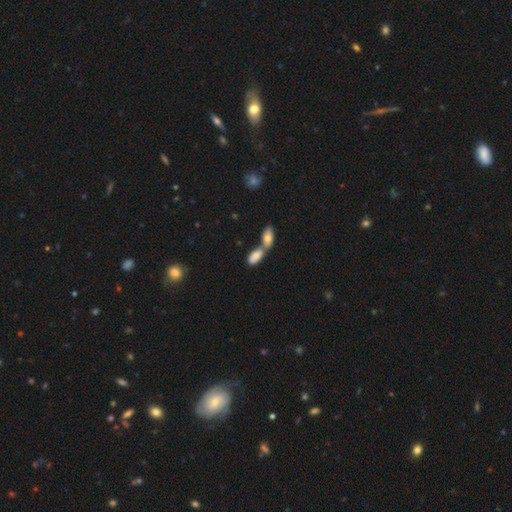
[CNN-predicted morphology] Overall: smooth (80%). How rounded: in between (88%). Merging: merger (65%).